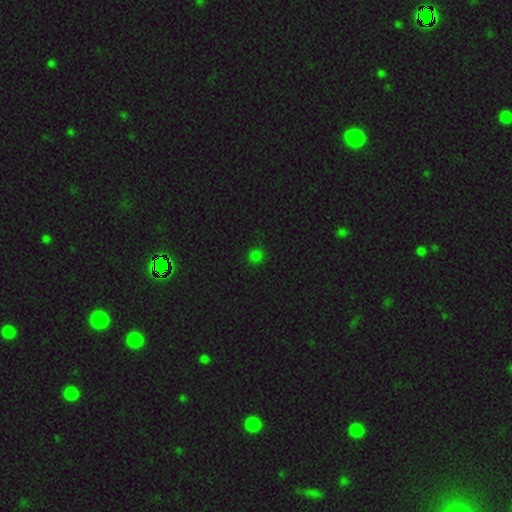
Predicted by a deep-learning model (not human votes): Smooth or featured?
  - smooth: 77% *
  - star or artifact: 20%
  - featured or disk: 3%
How rounded?
  - round: 93% *
  - in between: 6%
  - cigar-shaped: 1%
Merging?
  - none: 91% *
  - minor disturbance: 6%
  - major disturbance: 2%
  - merger: 1%